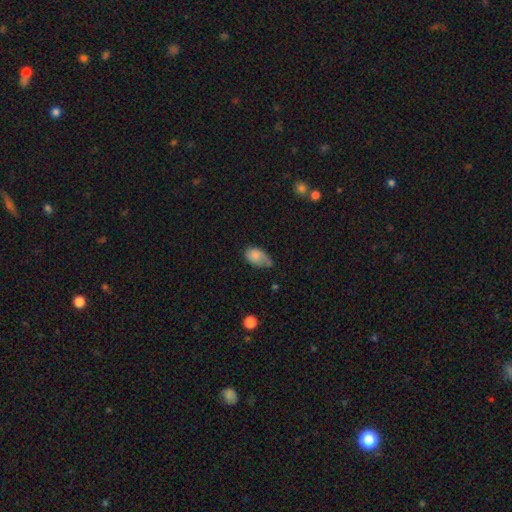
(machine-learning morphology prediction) This appears to be a smooth galaxy with no disk features (74%) that is in between round and cigar-shaped (85%). Merging: minor disturbance (42%).